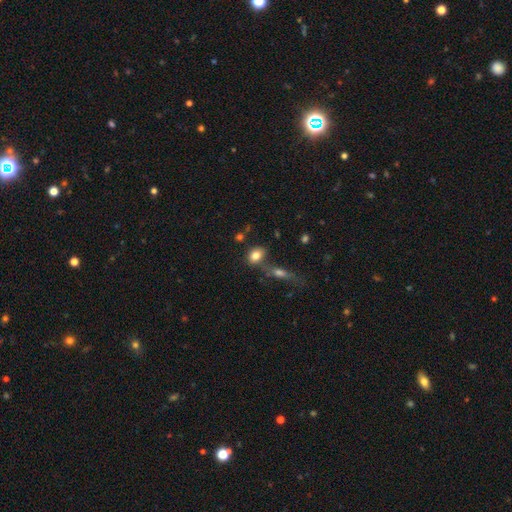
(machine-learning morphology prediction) This is clearly a smooth galaxy (81%). How rounded: likely in between (69%). Merging: possibly none (59%).